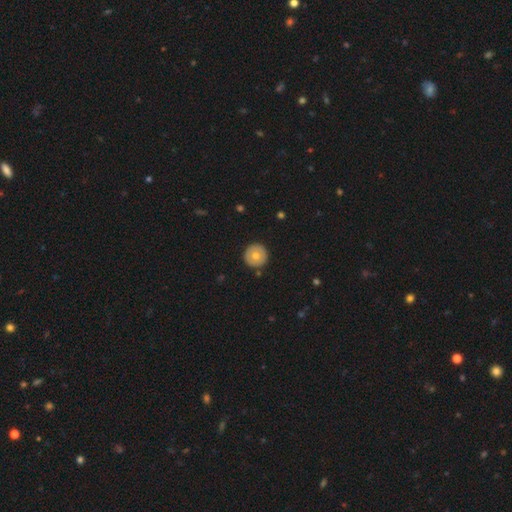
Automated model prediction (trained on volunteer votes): smooth 67%, featured or disk 26%, star or artifact 7%. Down the decision tree: how rounded — round (96%); merging — none (91%).